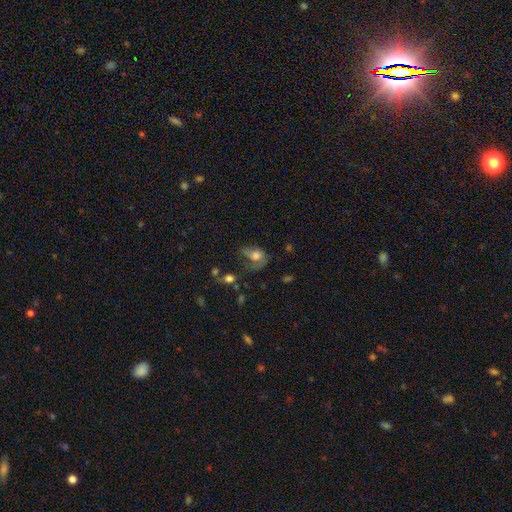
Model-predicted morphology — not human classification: smooth 60%, featured or disk 28%, star or artifact 12%. Down the decision tree: how rounded — in between (65%); merging — major disturbance (45%).